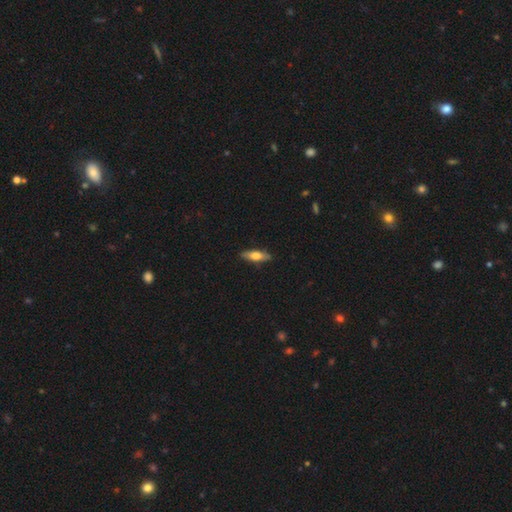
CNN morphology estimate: smooth 64%, featured or disk 30%, star or artifact 6%. Down the decision tree: how rounded — in between (54%); merging — none (86%).